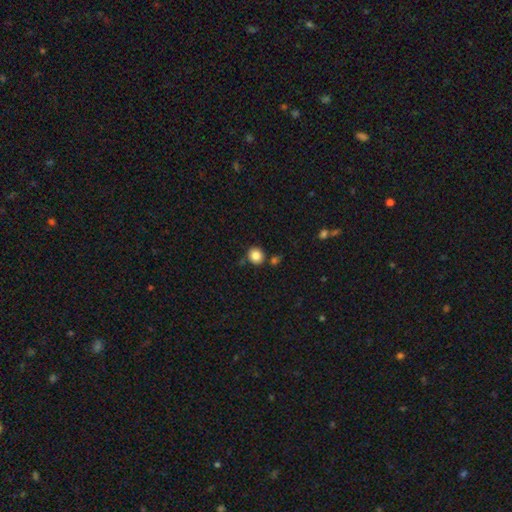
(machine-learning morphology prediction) smooth 85%, star or artifact 10%, featured or disk 5%. Down the decision tree: how rounded — round (84%); merging — none (80%).